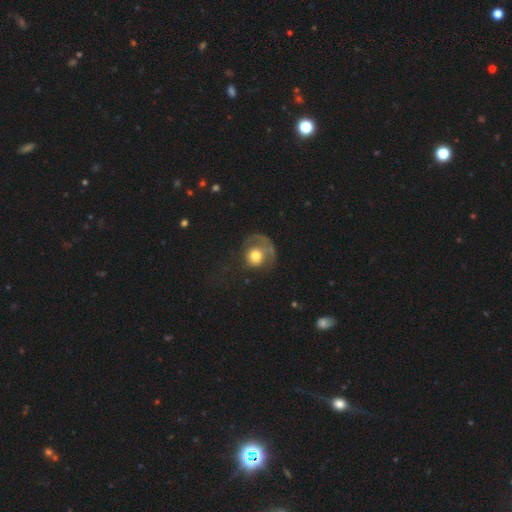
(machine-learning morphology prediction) Q: Smooth or featured?
A: smooth (52%); runner-up: featured or disk (40%)
Q: How rounded?
A: round (76%); runner-up: in between (23%)
Q: Merging?
A: major disturbance (43%); runner-up: none (34%)